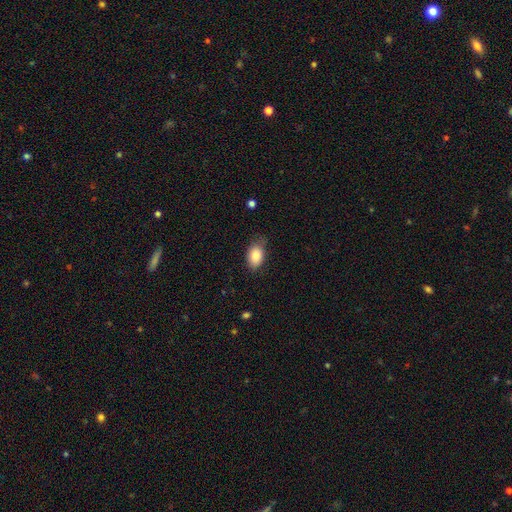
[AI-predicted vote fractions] smooth-or-featured: smooth: 87% | star or artifact: 7% | featured or disk: 6%
  how-rounded: in between: 88% | round: 11% | cigar-shaped: 1%
  merging: none: 69% | minor disturbance: 25% | major disturbance: 5% | merger: 1%